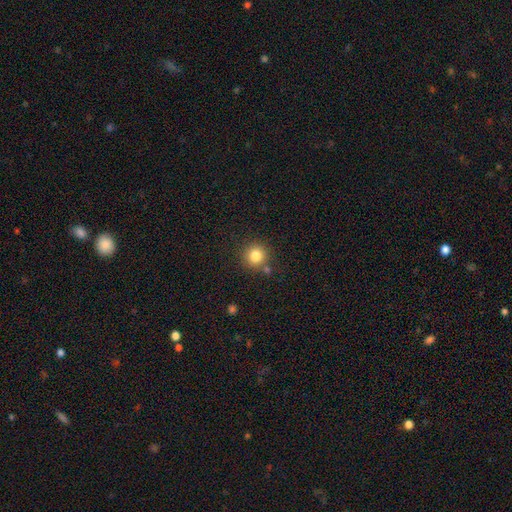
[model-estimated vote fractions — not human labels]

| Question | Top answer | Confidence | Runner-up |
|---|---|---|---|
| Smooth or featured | smooth | 82% | star or artifact (12%) |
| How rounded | round | 93% | in between (6%) |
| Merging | none | 80% | minor disturbance (9%) |